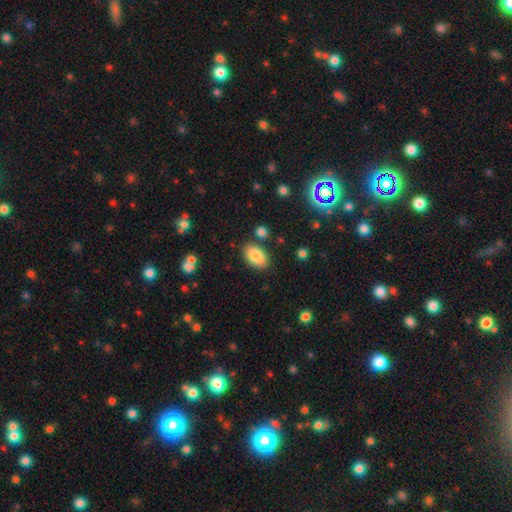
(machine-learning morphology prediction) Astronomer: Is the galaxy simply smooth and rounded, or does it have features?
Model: smooth — 85%.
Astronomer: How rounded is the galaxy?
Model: in between — 93%.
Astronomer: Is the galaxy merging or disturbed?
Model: none — 83%.